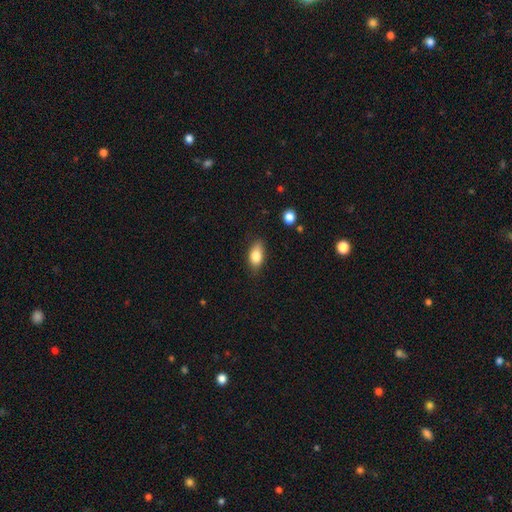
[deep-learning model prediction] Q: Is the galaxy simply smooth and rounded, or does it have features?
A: smooth — 81%.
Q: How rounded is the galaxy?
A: in between — 86%.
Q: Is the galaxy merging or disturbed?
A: none — 79%.